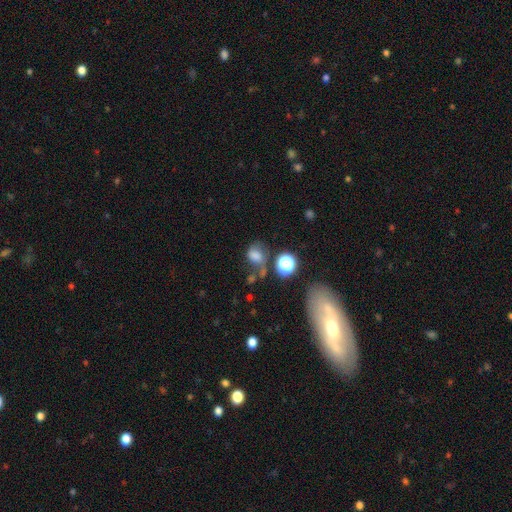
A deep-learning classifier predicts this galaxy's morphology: smooth 64%, star or artifact 18%, featured or disk 18%. Down the decision tree: how rounded — in between (50%); merging — none (38%).